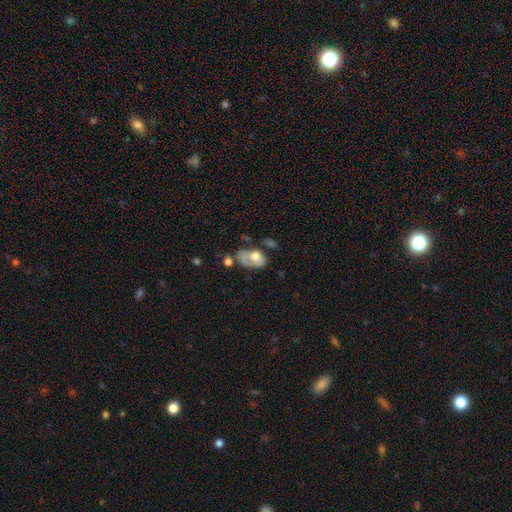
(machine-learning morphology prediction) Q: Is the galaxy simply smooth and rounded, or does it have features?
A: smooth — 54%.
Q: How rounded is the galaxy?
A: in between — 86%.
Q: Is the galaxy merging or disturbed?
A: major disturbance — 33%.